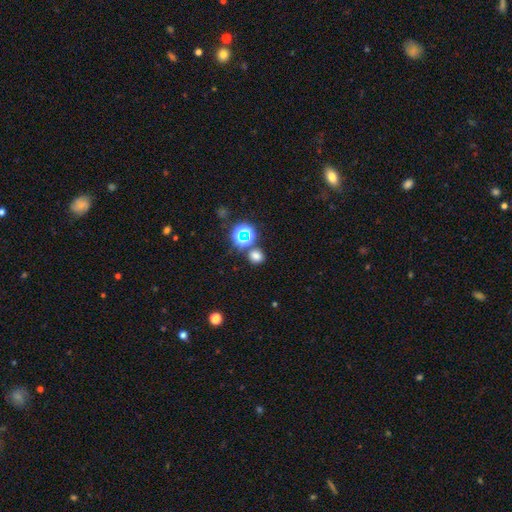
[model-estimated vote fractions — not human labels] Overall: smooth (68%). How rounded: round (76%). Merging: none (79%).